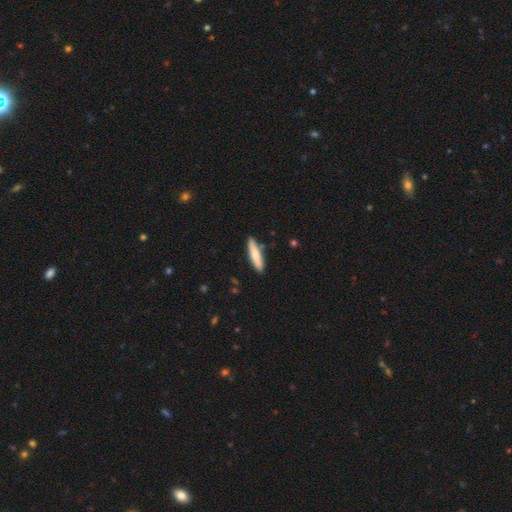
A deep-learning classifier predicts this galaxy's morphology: smooth_or_featured: smooth (p=0.74) [alt: featured or disk p=0.21]
how_rounded: cigar-shaped (p=0.80) [alt: in between p=0.18]
merging: none (p=0.85) [alt: minor disturbance p=0.11]